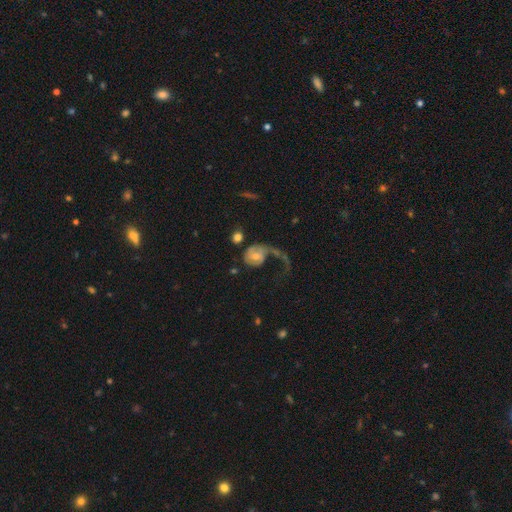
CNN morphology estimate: A featured or disk galaxy (56%) with no bar (71%), spiral arms (72%) and a moderate central bulge (43%, tied with small). Merging: major disturbance (59%).